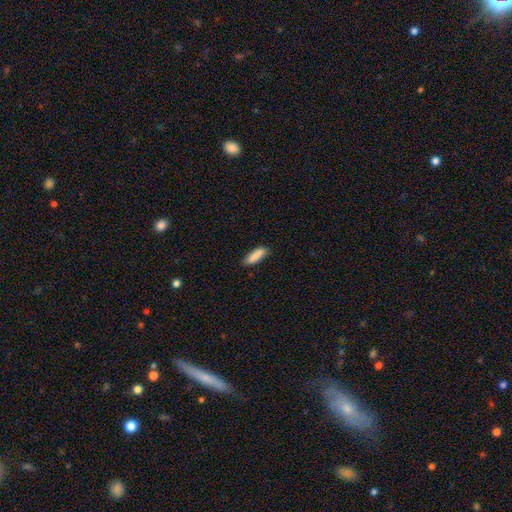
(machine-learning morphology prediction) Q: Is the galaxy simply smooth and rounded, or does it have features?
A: smooth — 88%.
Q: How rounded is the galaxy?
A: cigar-shaped — 60%.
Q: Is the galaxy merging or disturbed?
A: none — 85%.